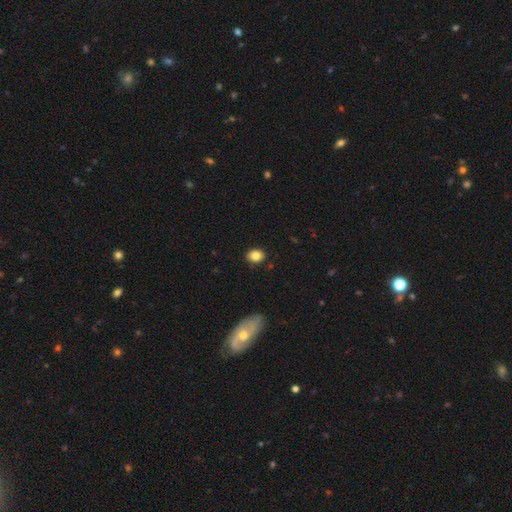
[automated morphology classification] smooth 84%, star or artifact 9%, featured or disk 6%. Down the decision tree: how rounded — in between (56%); merging — none (88%).